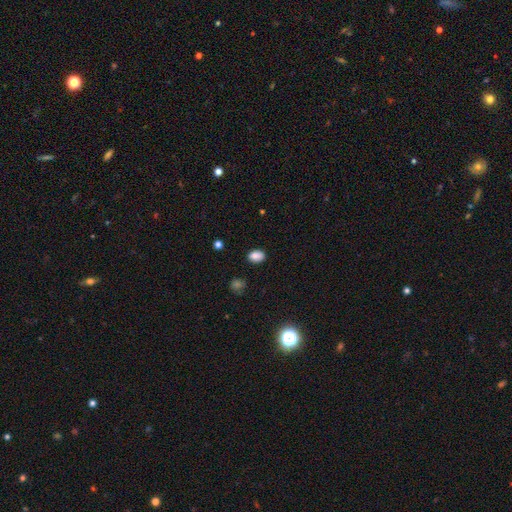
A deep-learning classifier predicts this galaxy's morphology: The model was most divided on "how rounded": in between: 74%, round: 25%, cigar-shaped: 1%. More confident: merging — none (85%); smooth or featured — smooth (85%).